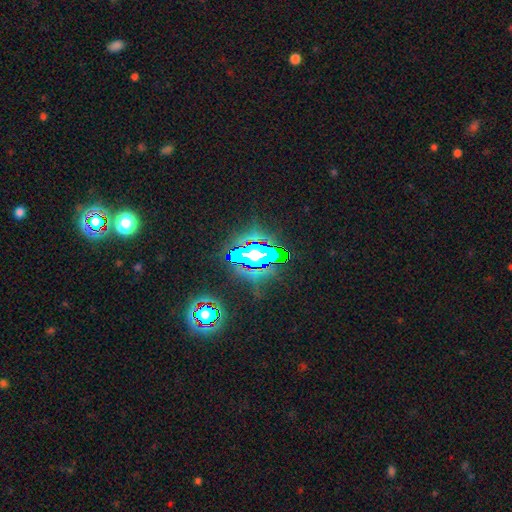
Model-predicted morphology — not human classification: Smooth or featured? star or artifact (71%)